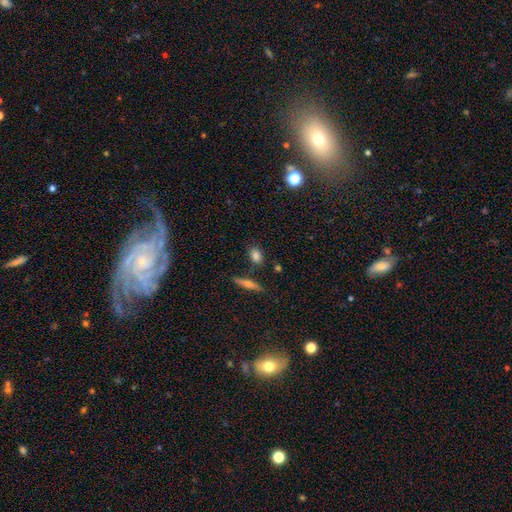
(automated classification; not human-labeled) Q: Smooth or featured?
A: smooth (81%); runner-up: featured or disk (10%)
Q: How rounded?
A: in between (65%); runner-up: round (27%)
Q: Merging?
A: none (76%); runner-up: minor disturbance (13%)